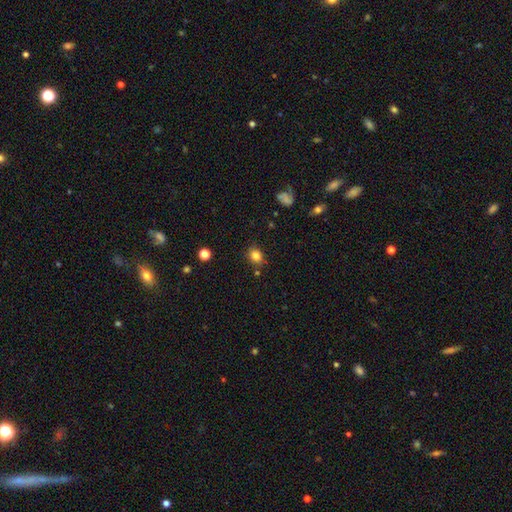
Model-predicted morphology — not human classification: smooth 82%, star or artifact 12%, featured or disk 6%. Down the decision tree: how rounded — round (63%); merging — none (82%).